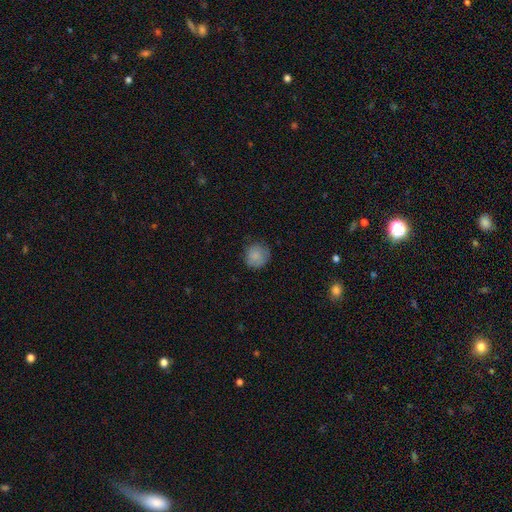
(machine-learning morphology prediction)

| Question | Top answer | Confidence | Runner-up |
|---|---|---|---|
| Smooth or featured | smooth | 84% | star or artifact (8%) |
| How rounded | round | 89% | in between (10%) |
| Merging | none | 78% | minor disturbance (17%) |